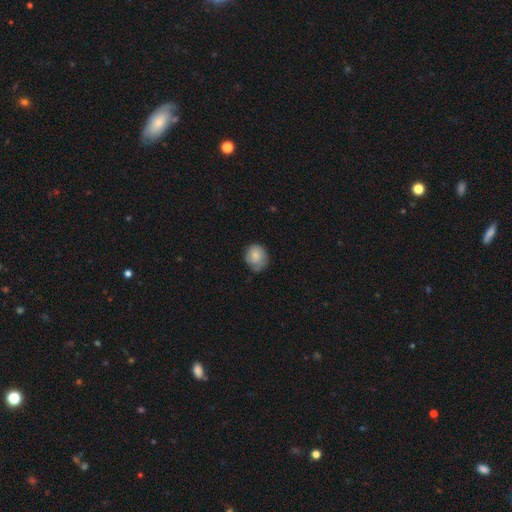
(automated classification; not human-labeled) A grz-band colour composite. It shows a smooth galaxy with no disk features (76%) that is round (71%). Merging: none (59%).